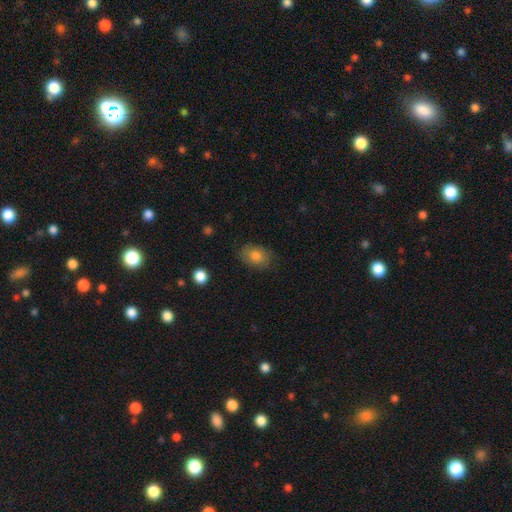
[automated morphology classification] smooth_or_featured: smooth (p=0.82) [alt: featured or disk p=0.10]
how_rounded: in between (p=0.78) [alt: round p=0.21]
merging: none (p=0.81) [alt: minor disturbance p=0.14]